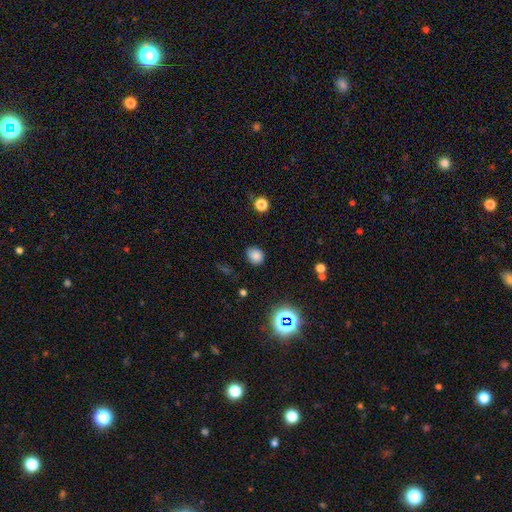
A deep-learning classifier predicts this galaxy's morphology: Q: Smooth or featured?
A: smooth (79%); runner-up: star or artifact (15%)
Q: How rounded?
A: round (66%); runner-up: in between (33%)
Q: Merging?
A: none (84%); runner-up: minor disturbance (11%)